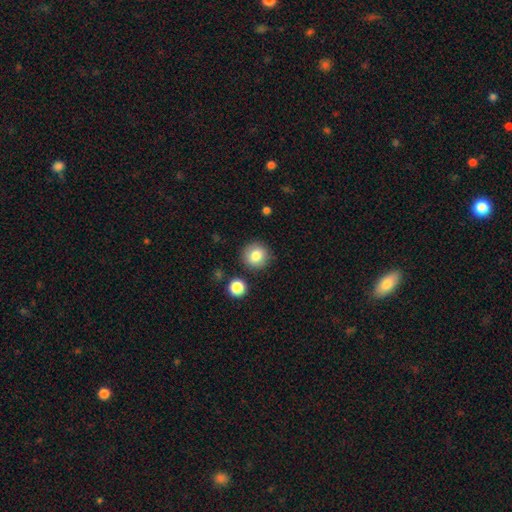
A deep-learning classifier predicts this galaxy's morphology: A smooth galaxy with no disk features (82%) that is round (92%).

Vote fractions:
- Smooth or featured? smooth: 82% / star or artifact: 10% / featured or disk: 9%
- How rounded? round: 92% / in between: 7% / cigar-shaped: 1%
- Merging? none: 86% / minor disturbance: 8% / merger: 3% / major disturbance: 2%